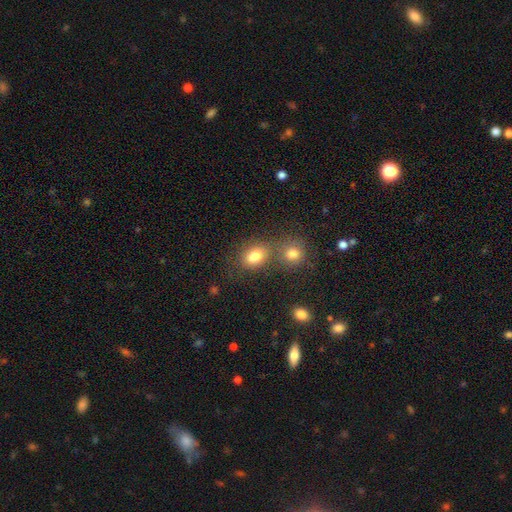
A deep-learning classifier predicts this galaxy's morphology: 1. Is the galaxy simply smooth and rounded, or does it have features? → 80% smooth, 11% star or artifact, 9% featured or disk.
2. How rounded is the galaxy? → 71% in between, 27% round, 2% cigar-shaped.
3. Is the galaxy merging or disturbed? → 43% none, 41% merger, 11% minor disturbance, 5% major disturbance.